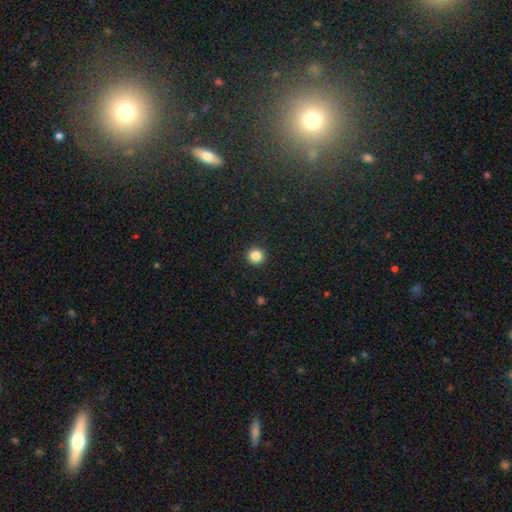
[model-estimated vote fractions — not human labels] Morphology: type=smooth (86%); roundness=round (94%); merging=none (93%).